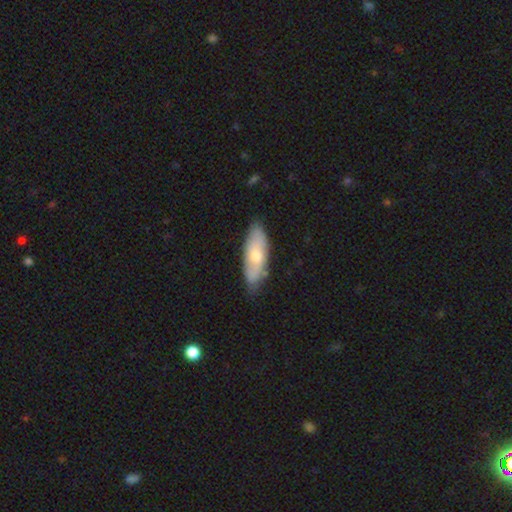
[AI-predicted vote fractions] A smooth galaxy with no disk features (60%) that is in between round and cigar-shaped (68%).

Vote fractions:
- Smooth or featured? smooth: 60% / featured or disk: 35% / star or artifact: 5%
- How rounded? in between: 68% / cigar-shaped: 30% / round: 2%
- Merging? none: 76% / minor disturbance: 19% / major disturbance: 3% / merger: 2%